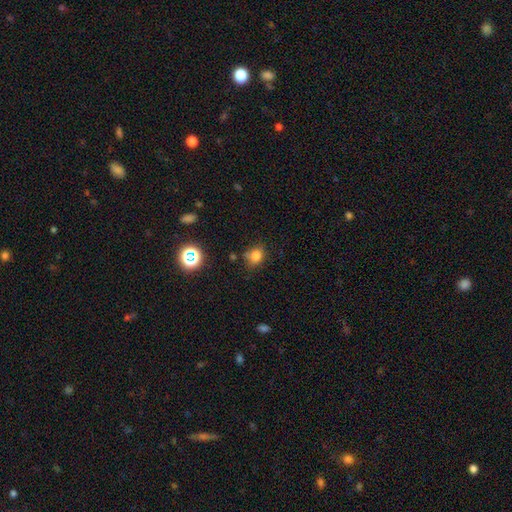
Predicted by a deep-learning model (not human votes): A smooth galaxy with no disk features (78%) that is round (56%).

Vote fractions:
- Smooth or featured? smooth: 78% / star or artifact: 15% / featured or disk: 7%
- How rounded? round: 56% / in between: 43% / cigar-shaped: 1%
- Merging? none: 66% / minor disturbance: 22% / merger: 6% / major disturbance: 6%